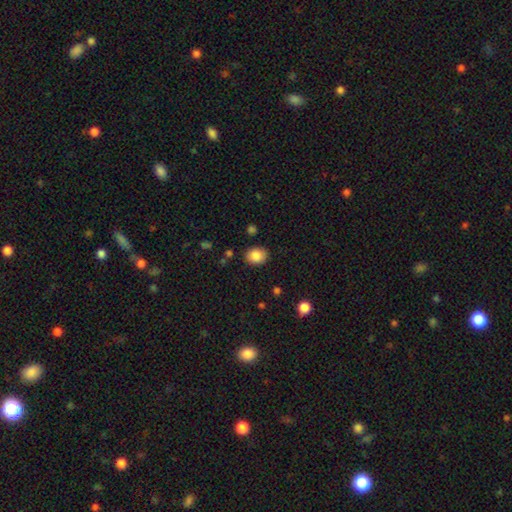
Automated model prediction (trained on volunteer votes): Morphology: type=smooth (86%); roundness=in between (54%); merging=none (85%).